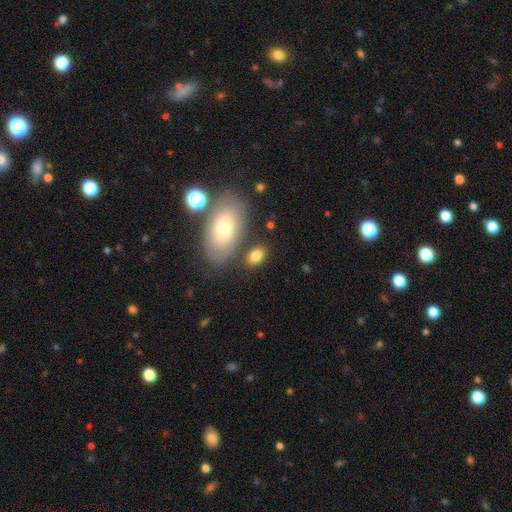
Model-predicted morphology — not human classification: Smooth or featured: smooth — 78% (featured or disk — 13%)
How rounded: in between — 88% (round — 11%)
Merging: none — 71% (minor disturbance — 13%)